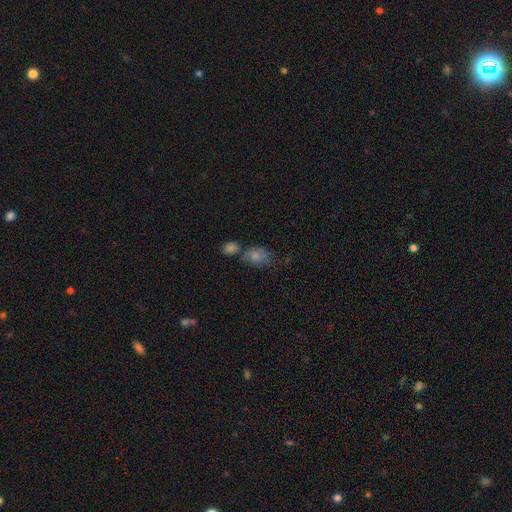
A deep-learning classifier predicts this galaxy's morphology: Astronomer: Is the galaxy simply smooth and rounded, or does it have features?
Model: smooth — 56%.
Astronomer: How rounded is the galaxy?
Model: in between — 65%.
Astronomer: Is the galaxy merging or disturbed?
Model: none — 45% (runner-up: merger, 30%).